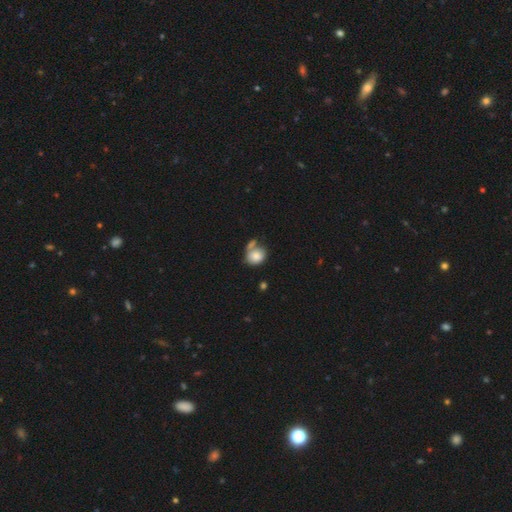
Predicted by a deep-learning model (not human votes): This is clearly a smooth galaxy (81%). How rounded: likely round (64%). Merging: marginally none (40%).